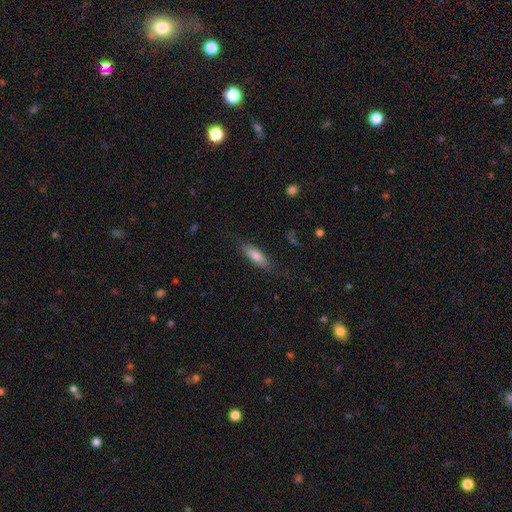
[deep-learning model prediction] smooth 75%, featured or disk 19%, star or artifact 7%. Down the decision tree: how rounded — cigar-shaped (52%); merging — none (80%).